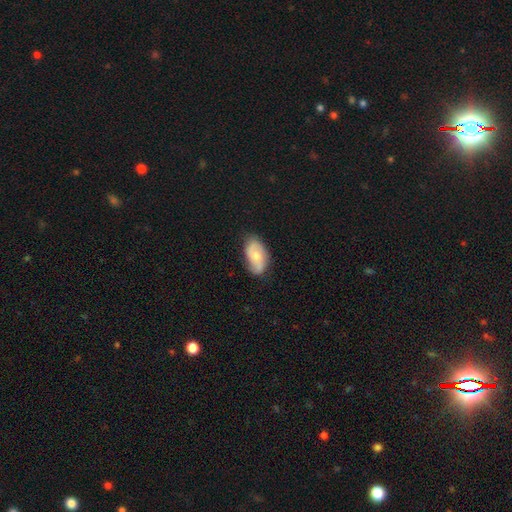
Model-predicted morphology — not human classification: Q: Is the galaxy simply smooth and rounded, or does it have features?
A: smooth — 50%.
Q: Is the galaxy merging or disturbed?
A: none — 71%.